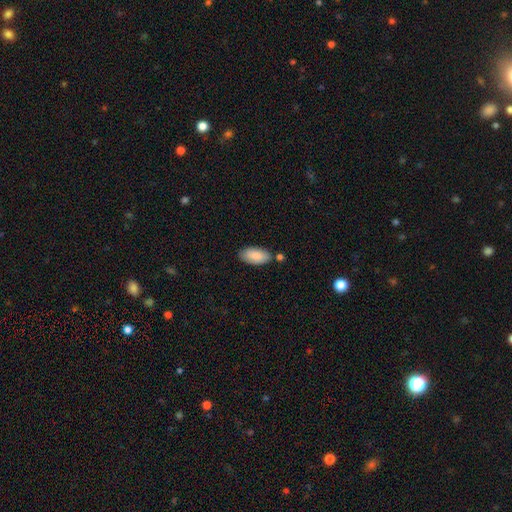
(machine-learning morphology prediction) smooth-or-featured: smooth: 86% | featured or disk: 8% | star or artifact: 6%
  how-rounded: in between: 93% | cigar-shaped: 6% | round: 2%
  merging: none: 76% | minor disturbance: 14% | merger: 8% | major disturbance: 3%